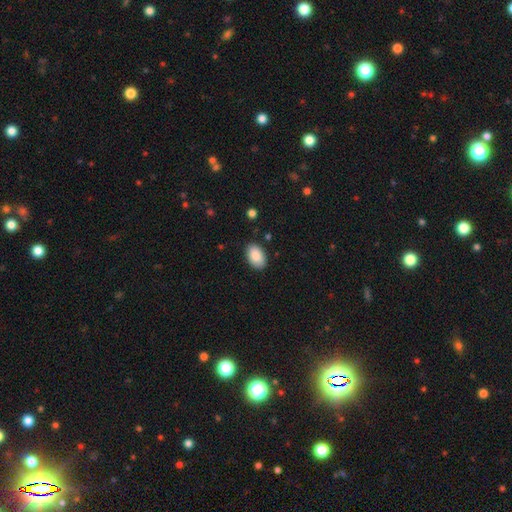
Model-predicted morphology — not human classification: Smooth or featured? smooth (88%)
How rounded? in between (93%)
Merging? none (86%)